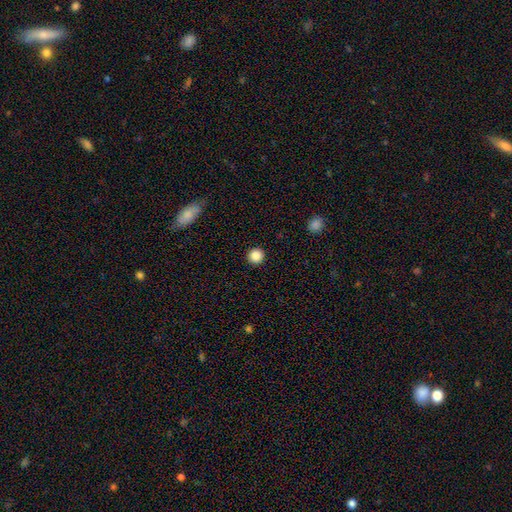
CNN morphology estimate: Smooth or featured? smooth (87%)
How rounded? round (95%)
Merging? none (93%)